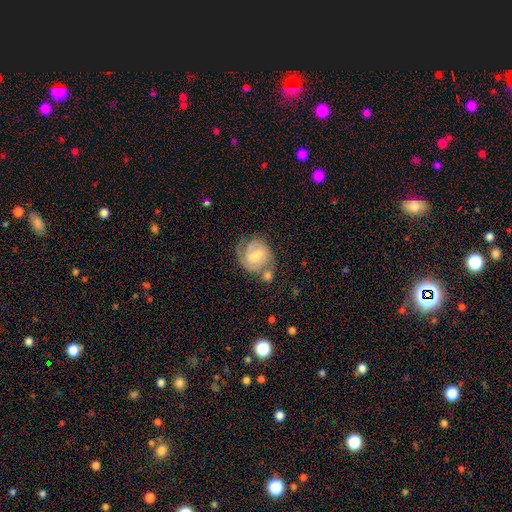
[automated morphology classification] Smooth or featured?
  - featured or disk: 71% *
  - smooth: 23%
  - star or artifact: 6%
Edge-on disk?
  - no: 97% *
  - yes: 3%
Bar?
  - weak: 57% *
  - no: 26%
  - strong: 17%
Spiral arms?
  - yes: 92% *
  - no: 8%
Spiral winding?
  - tight: 51% *
  - medium: 39%
  - loose: 11%
Spiral arm count?
  - 2: 58% *
  - can't tell: 18%
  - 3: 10%
  - 1: 9%
  - 4: 2%
  - more than 4: 2%
Bulge size?
  - moderate: 50% *
  - small: 36%
  - large: 7%
  - none: 6%
  - dominant: 1%
Merging?
  - none: 51% *
  - minor disturbance: 20%
  - merger: 18%
  - major disturbance: 11%